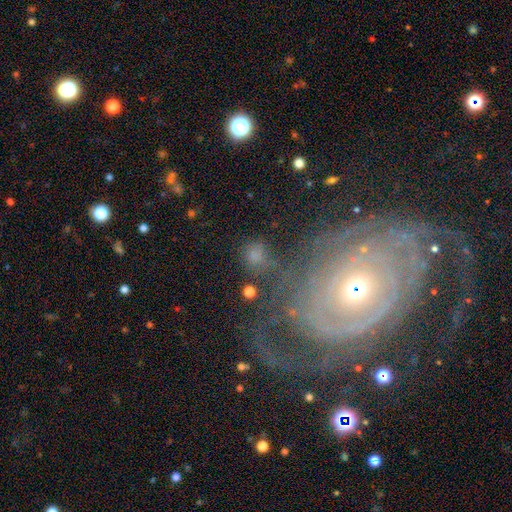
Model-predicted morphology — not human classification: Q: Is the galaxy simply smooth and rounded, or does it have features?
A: smooth — 59%.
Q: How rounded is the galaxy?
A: round — 77%.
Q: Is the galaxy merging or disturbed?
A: none — 60%.